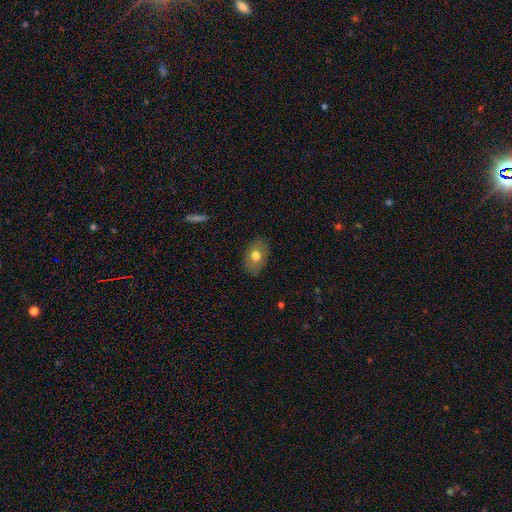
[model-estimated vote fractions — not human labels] Overall: smooth (71%). How rounded: in between (81%). Merging: none (84%).